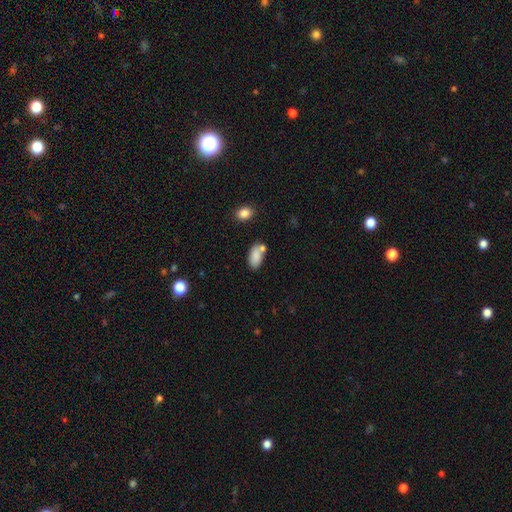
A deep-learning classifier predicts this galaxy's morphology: A smooth galaxy with no disk features (84%) that is in between round and cigar-shaped (92%). Merging: none (56%).